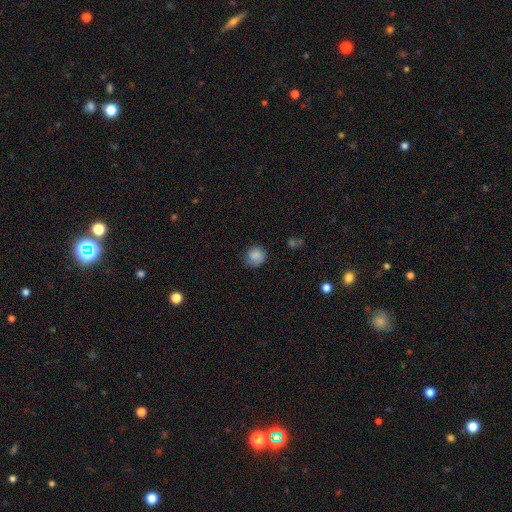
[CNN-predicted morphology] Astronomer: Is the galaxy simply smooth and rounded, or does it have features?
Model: smooth — 85%.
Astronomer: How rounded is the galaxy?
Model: round — 84%.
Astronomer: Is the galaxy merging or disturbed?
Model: none — 68%.